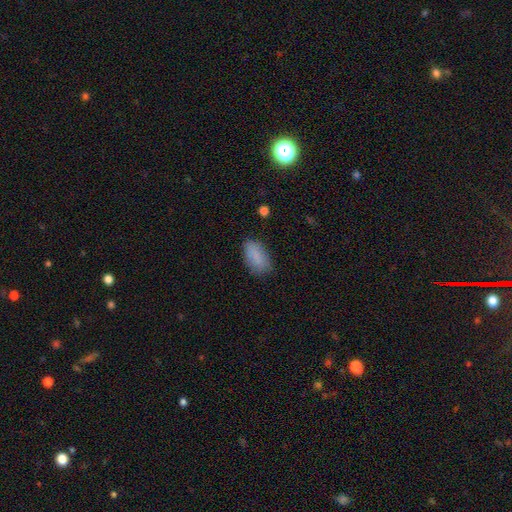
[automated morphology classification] smooth 86%, star or artifact 7%, featured or disk 6%. Down the decision tree: how rounded — in between (92%); merging — none (77%).